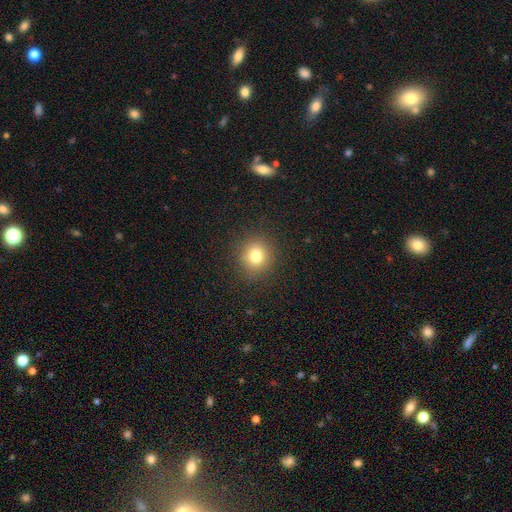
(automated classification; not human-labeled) Q: Smooth or featured?
A: smooth (78%); runner-up: star or artifact (14%)
Q: How rounded?
A: round (89%); runner-up: in between (10%)
Q: Merging?
A: none (89%); runner-up: minor disturbance (7%)